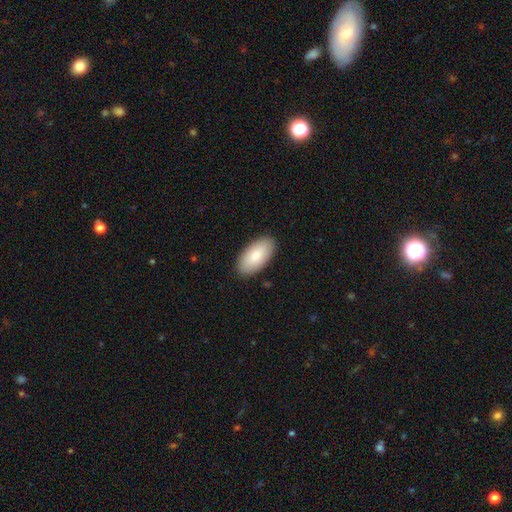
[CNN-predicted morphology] This is clearly a smooth galaxy (86%). How rounded: clearly in between (95%). Merging: clearly none (89%).